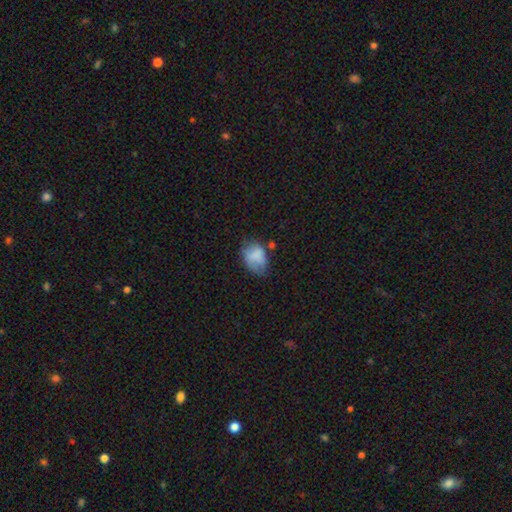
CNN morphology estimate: This is likely a smooth galaxy (73%). How rounded: likely in between (74%). Merging: marginally none (42%).